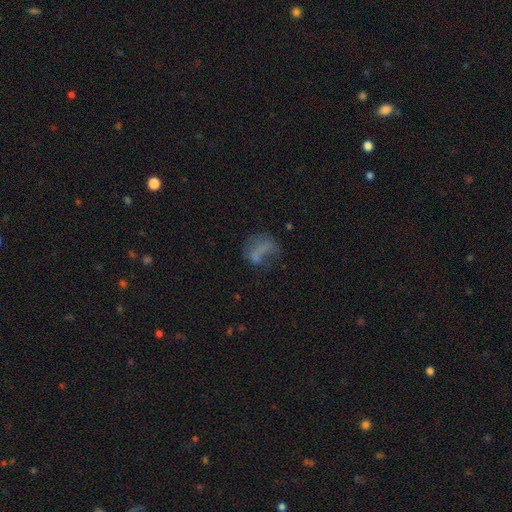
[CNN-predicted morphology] A smooth galaxy with no disk features (48%). Merging: major disturbance (37%).